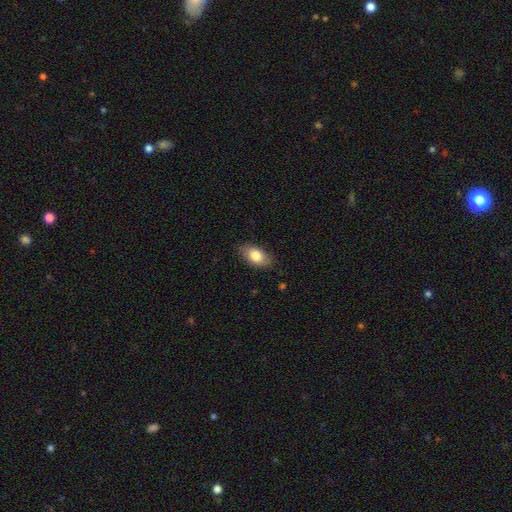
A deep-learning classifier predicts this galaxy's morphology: smooth-or-featured: smooth: 81% | featured or disk: 12% | star or artifact: 7%
  how-rounded: in between: 91% | round: 6% | cigar-shaped: 4%
  merging: none: 83% | minor disturbance: 13% | major disturbance: 3% | merger: 1%